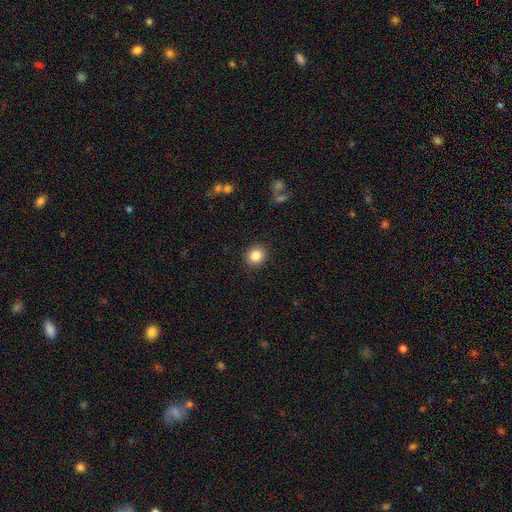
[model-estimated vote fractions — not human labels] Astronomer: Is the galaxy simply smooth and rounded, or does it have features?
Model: smooth — 85%.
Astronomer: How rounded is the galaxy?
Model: round — 81%.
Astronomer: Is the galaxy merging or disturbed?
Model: none — 90%.